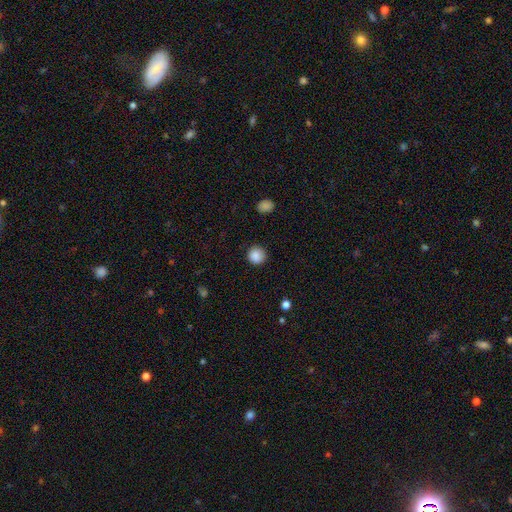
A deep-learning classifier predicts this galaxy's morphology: Smooth or featured? Predicted: smooth (p=0.88). How rounded? Predicted: round (p=0.94). Merging? Predicted: none (p=0.90).